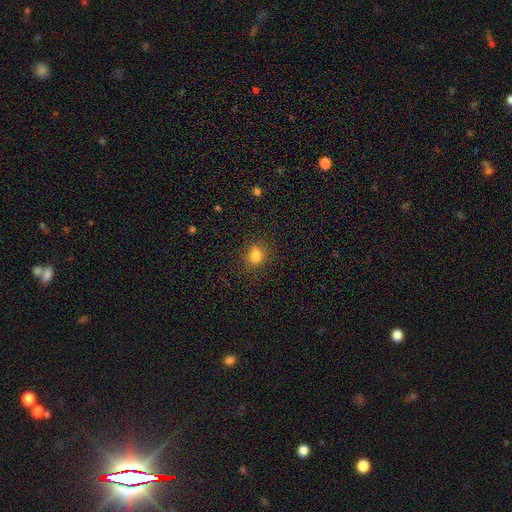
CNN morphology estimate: Smooth or featured? smooth (80%)
How rounded? round (68%)
Merging? none (85%)